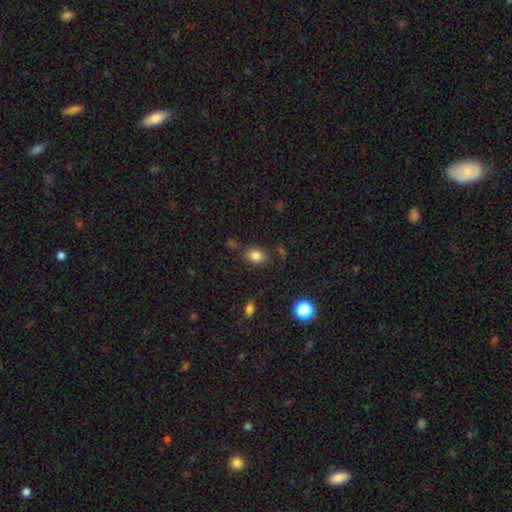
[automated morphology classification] This is clearly a smooth galaxy (82%). How rounded: likely in between (68%). Merging: likely none (78%).